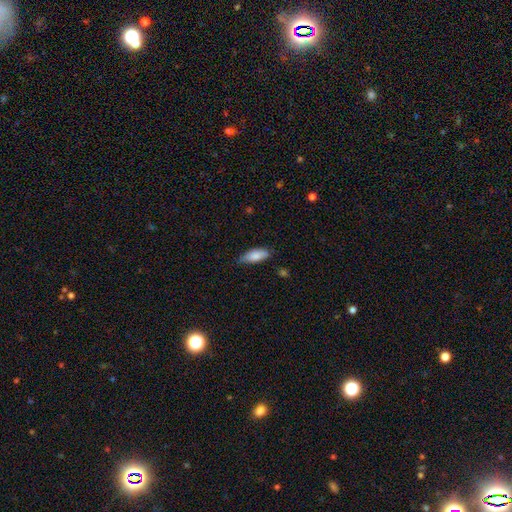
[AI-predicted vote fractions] Smooth or featured? smooth (83%)
How rounded? in between (83%)
Merging? none (67%)